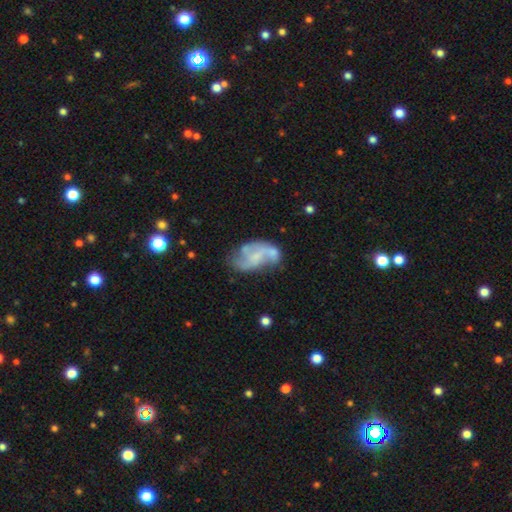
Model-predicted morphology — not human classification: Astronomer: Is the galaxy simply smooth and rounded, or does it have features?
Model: featured or disk — 67%.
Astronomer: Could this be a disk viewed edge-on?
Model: no — 97%.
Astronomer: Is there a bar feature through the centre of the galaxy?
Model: no — 58% (runner-up: weak, 33%).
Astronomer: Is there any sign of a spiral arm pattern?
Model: yes — 72%.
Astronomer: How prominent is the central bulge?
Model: none — 45% (runner-up: small, 35%).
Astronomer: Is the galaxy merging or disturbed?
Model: none — 39% (runner-up: minor disturbance, 24%).